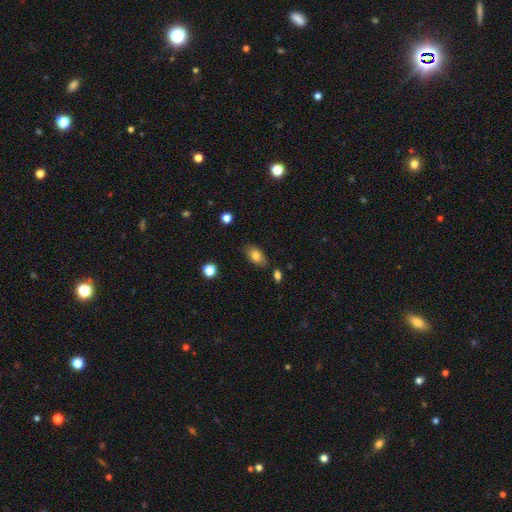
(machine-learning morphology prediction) The model was most divided on "smooth or featured": smooth: 79%, featured or disk: 12%, star or artifact: 8%. More confident: how rounded — in between (90%); merging — none (81%).